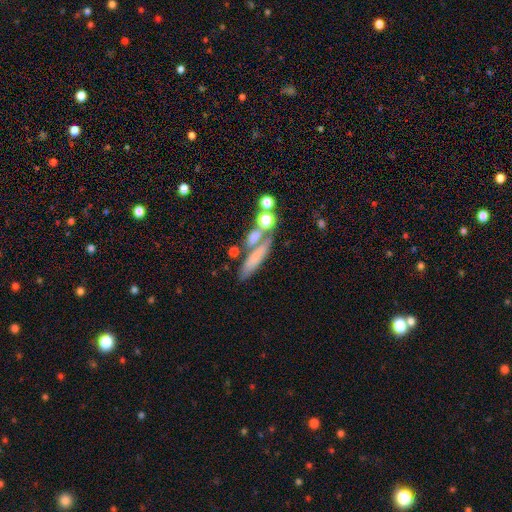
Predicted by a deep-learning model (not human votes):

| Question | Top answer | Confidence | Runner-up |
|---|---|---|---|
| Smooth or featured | smooth | 58% | featured or disk (27%) |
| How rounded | cigar-shaped | 67% | in between (22%) |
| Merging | none | 49% | merger (26%) |